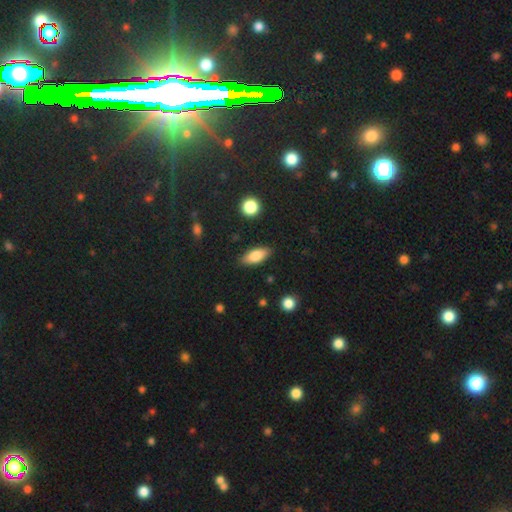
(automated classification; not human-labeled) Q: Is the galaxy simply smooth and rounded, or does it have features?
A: smooth — 77%.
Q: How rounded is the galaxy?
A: in between — 79%.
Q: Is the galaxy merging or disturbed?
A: none — 86%.